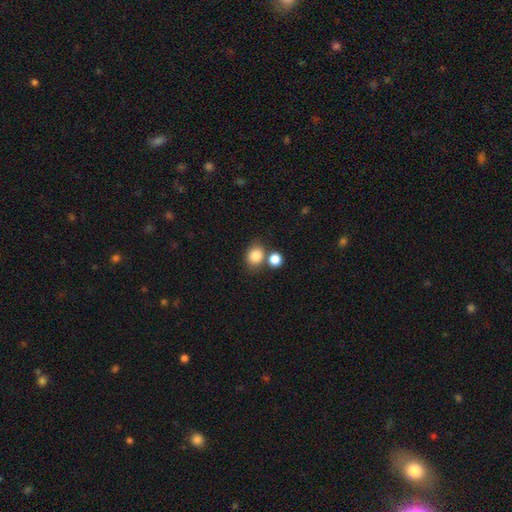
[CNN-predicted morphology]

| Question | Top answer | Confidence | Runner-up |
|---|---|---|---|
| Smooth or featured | smooth | 85% | star or artifact (10%) |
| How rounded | round | 63% | in between (36%) |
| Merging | none | 61% | merger (24%) |